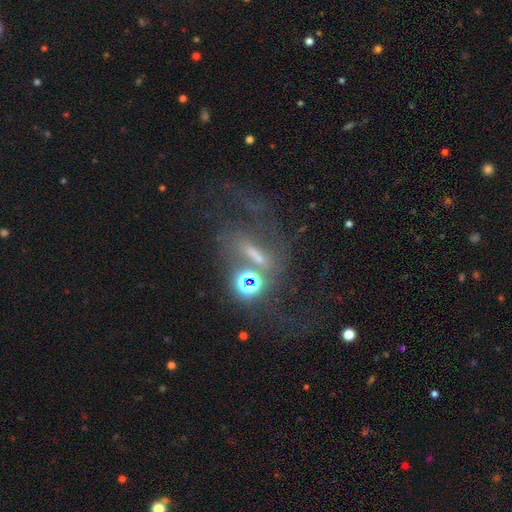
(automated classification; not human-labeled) Smooth or featured?
  - star or artifact: 44% *
  - smooth: 31%
  - featured or disk: 24%